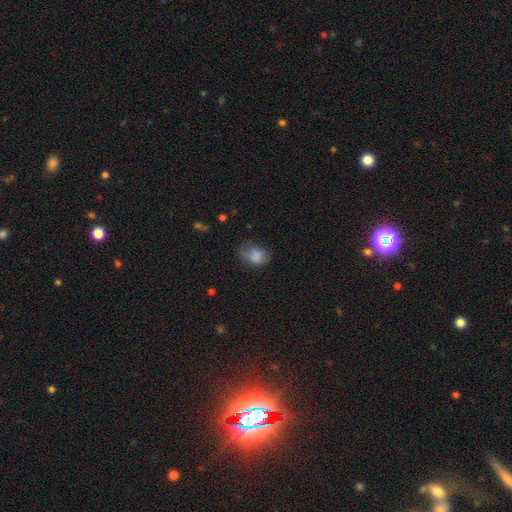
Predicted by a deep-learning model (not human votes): Overall: smooth (76%). How rounded: in between (73%). Merging: none (47%; minor disturbance 33%).